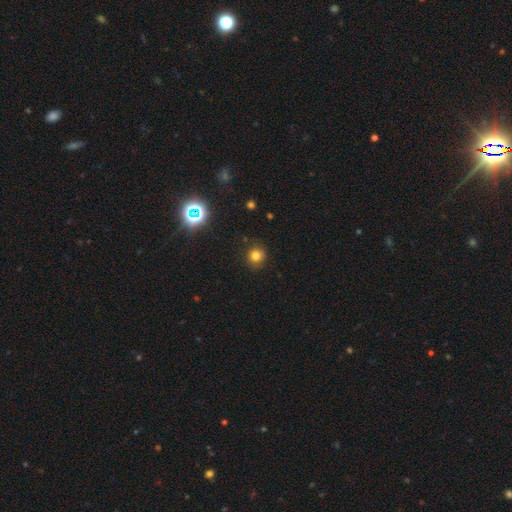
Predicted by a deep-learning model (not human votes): A smooth galaxy with no disk features (77%) that is round (91%).

Vote fractions:
- Smooth or featured? smooth: 77% / star or artifact: 17% / featured or disk: 6%
- How rounded? round: 91% / in between: 8% / cigar-shaped: 1%
- Merging? none: 87% / minor disturbance: 9% / major disturbance: 2% / merger: 1%